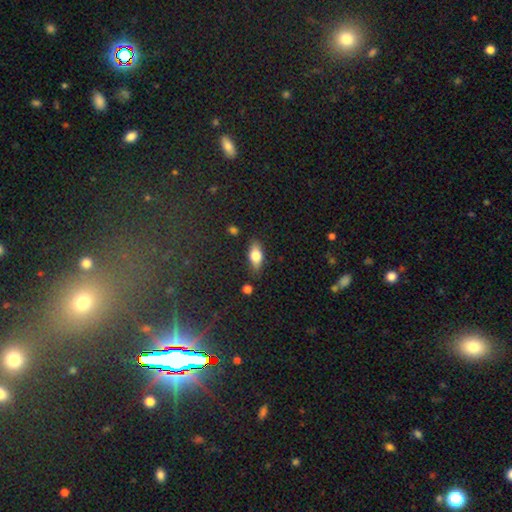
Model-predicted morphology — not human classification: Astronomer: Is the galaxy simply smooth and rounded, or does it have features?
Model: smooth — 70%.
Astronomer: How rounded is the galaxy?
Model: in between — 80%.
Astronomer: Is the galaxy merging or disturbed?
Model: none — 83%.